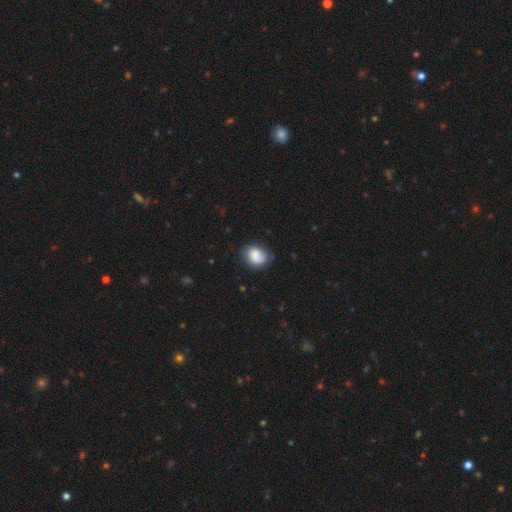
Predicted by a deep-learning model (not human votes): Smooth or featured?
  - smooth: 73% *
  - featured or disk: 19%
  - star or artifact: 8%
How rounded?
  - round: 54% *
  - in between: 45%
  - cigar-shaped: 1%
Merging?
  - none: 62% *
  - minor disturbance: 27%
  - major disturbance: 9%
  - merger: 2%